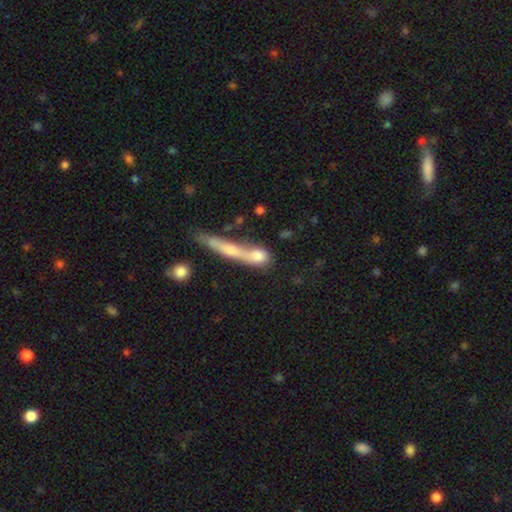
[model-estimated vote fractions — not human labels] Morphology: type=smooth (61%); roundness=cigar-shaped (51%); merging=merger (40%).